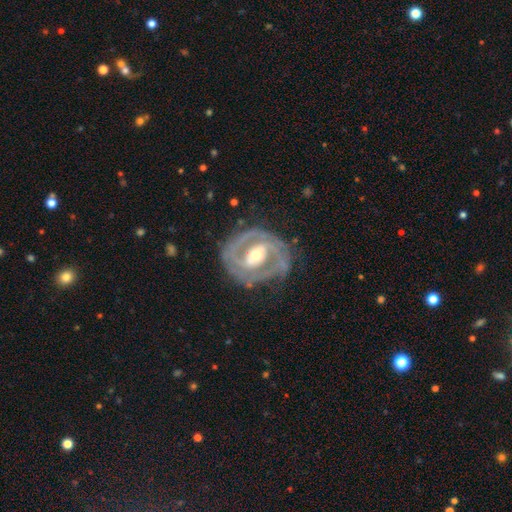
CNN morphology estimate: Smooth or featured?
  - featured or disk: 88% *
  - smooth: 8%
  - star or artifact: 4%
Edge-on disk?
  - no: 97% *
  - yes: 3%
Bar?
  - weak: 39% *
  - strong: 38%
  - no: 24%
Spiral arms?
  - yes: 89% *
  - no: 11%
Spiral winding?
  - tight: 56% *
  - medium: 35%
  - loose: 9%
Spiral arm count?
  - 2: 68% *
  - can't tell: 13%
  - 3: 9%
  - 1: 4%
  - 4: 2%
  - more than 4: 2%
Bulge size?
  - moderate: 60% *
  - small: 35%
  - large: 4%
  - none: 1%
  - dominant: 1%
Merging?
  - none: 72% *
  - minor disturbance: 18%
  - major disturbance: 9%
  - merger: 2%